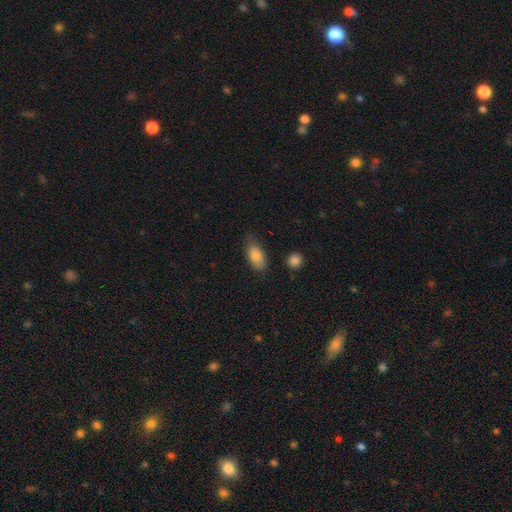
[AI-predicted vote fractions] Smooth or featured? smooth (84%)
How rounded? in between (90%)
Merging? none (69%)